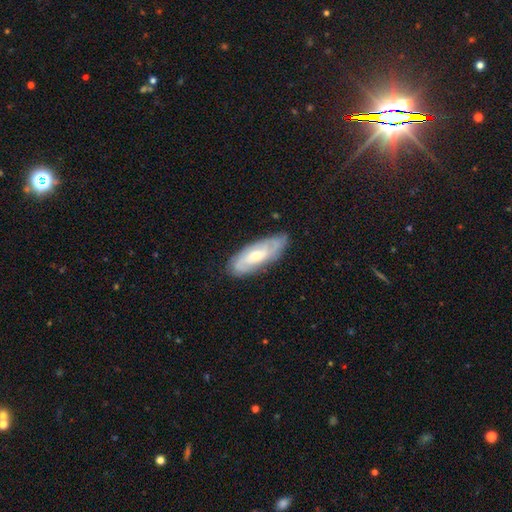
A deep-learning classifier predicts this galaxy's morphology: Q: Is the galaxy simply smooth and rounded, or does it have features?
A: featured or disk — 69%.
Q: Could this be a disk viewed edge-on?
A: no — 85%.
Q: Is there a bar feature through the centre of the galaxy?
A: no — 57%.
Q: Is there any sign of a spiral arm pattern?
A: yes — 87%.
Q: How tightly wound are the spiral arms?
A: tight — 57%.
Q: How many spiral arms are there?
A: can't tell — 44%.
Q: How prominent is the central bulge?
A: moderate — 54%.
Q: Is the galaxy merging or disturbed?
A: none — 77%.